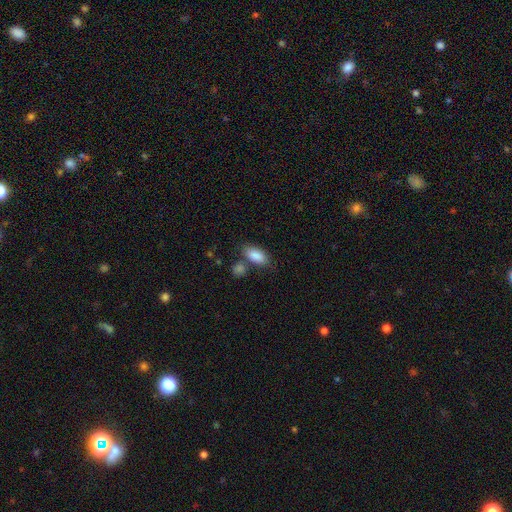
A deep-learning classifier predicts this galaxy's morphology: smooth-or-featured: smooth: 88% | star or artifact: 6% | featured or disk: 6%
  how-rounded: in between: 90% | cigar-shaped: 7% | round: 3%
  merging: none: 65% | merger: 17% | minor disturbance: 14% | major disturbance: 4%